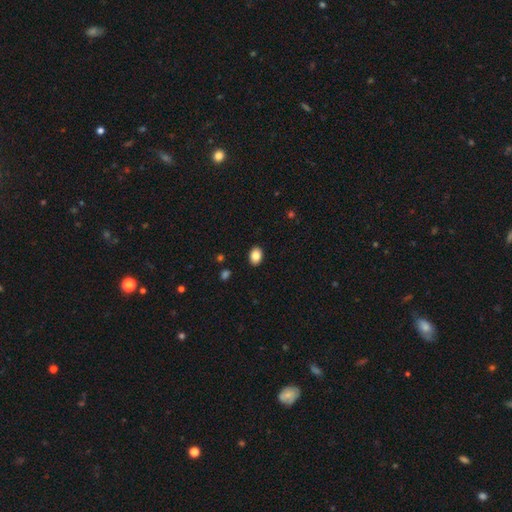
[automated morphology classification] Smooth or featured: smooth — 86% (star or artifact — 8%)
How rounded: in between — 71% (round — 29%)
Merging: none — 90% (minor disturbance — 7%)